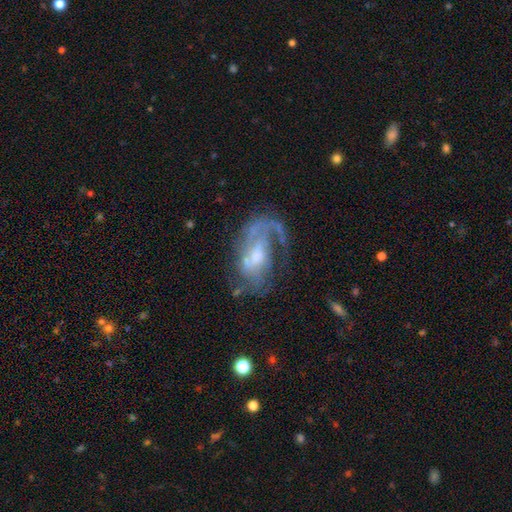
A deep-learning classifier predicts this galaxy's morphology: type=featured or disk (84%); edge-on=no (97%); bar=weak (44%); spiral arms=yes (91%); winding=medium (44%); arm count=1 (53%); bulge=moderate (47%); merging=none (48%).